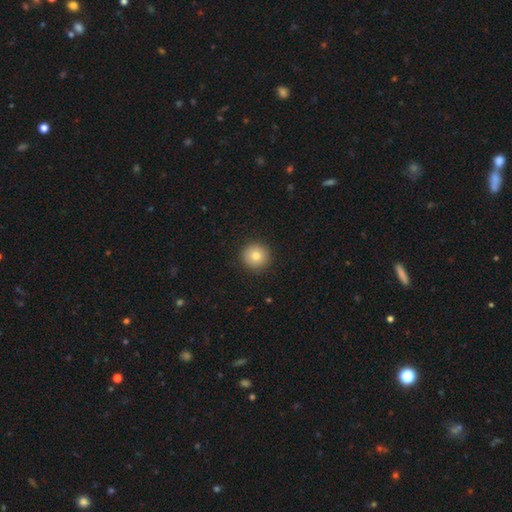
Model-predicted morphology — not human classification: smooth-or-featured: smooth: 80% | featured or disk: 10% | star or artifact: 10%
  how-rounded: round: 95% | in between: 4% | cigar-shaped: 1%
  merging: none: 92% | minor disturbance: 5% | major disturbance: 2% | merger: 1%